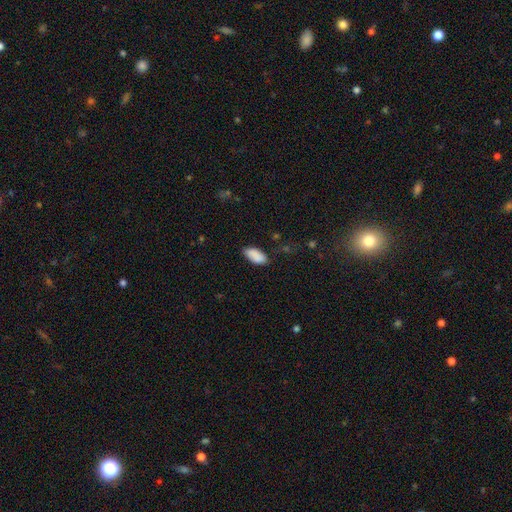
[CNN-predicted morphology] Smooth or featured? smooth (89%)
How rounded? in between (91%)
Merging? none (78%)